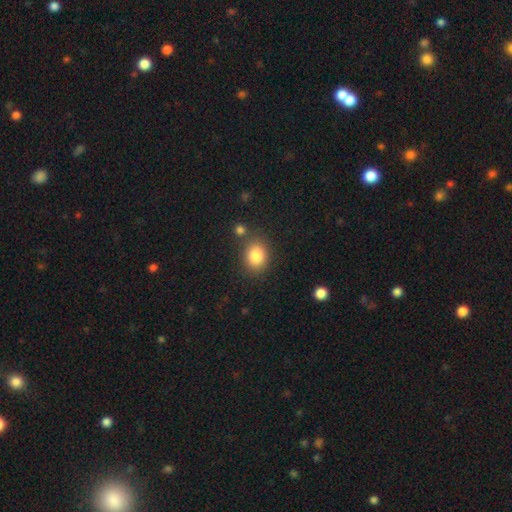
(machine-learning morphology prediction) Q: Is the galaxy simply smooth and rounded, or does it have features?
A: smooth — 85%.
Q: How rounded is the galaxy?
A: in between — 50%.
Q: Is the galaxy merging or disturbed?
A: none — 77%.